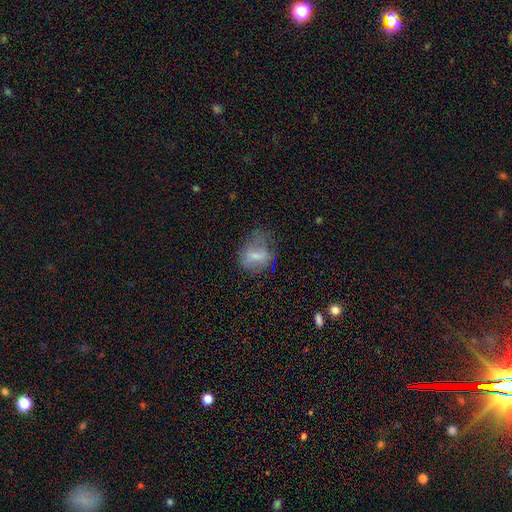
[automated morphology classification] Smooth or featured? smooth (54%)
How rounded? in between (52%)
Merging? none (39%)